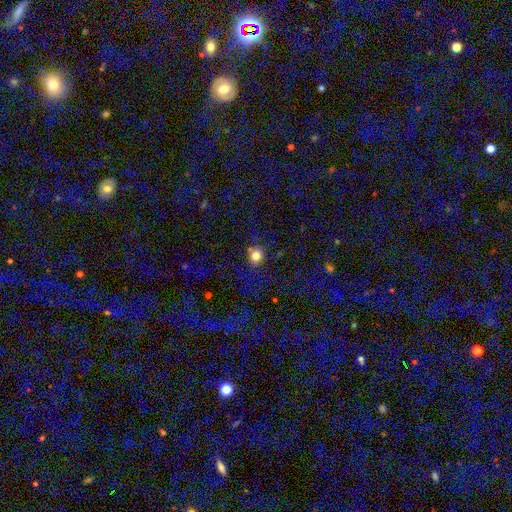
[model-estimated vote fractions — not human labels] This is clearly a smooth galaxy (81%). How rounded: clearly round (83%). Merging: clearly none (83%).